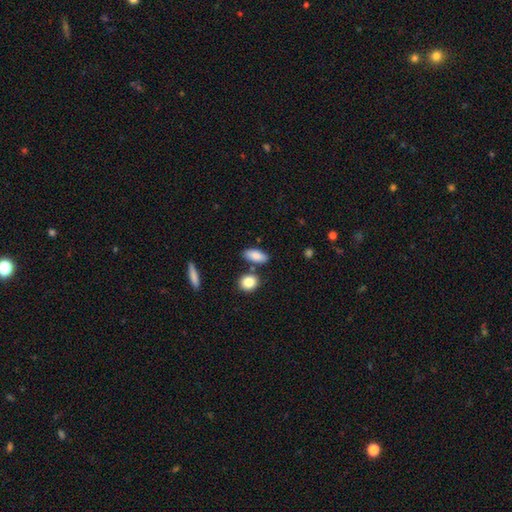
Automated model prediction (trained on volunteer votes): A smooth galaxy with no disk features (86%) that is in between round and cigar-shaped (83%).

Vote fractions:
- Smooth or featured? smooth: 86% / featured or disk: 8% / star or artifact: 6%
- How rounded? in between: 83% / cigar-shaped: 12% / round: 5%
- Merging? none: 76% / minor disturbance: 12% / merger: 10% / major disturbance: 3%